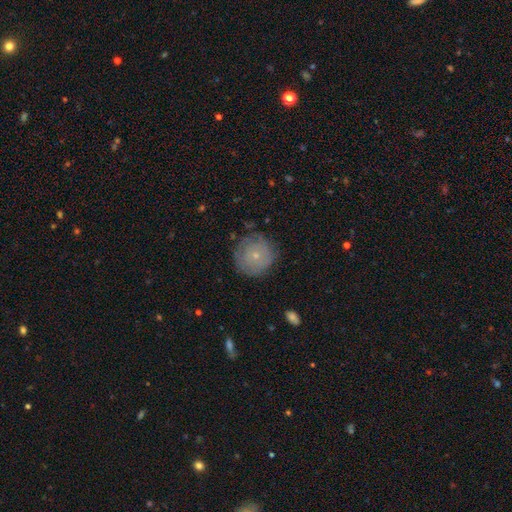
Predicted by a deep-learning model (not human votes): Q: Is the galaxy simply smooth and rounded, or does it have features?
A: smooth — 62%.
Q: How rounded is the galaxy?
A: round — 93%.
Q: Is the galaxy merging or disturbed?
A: none — 77%.